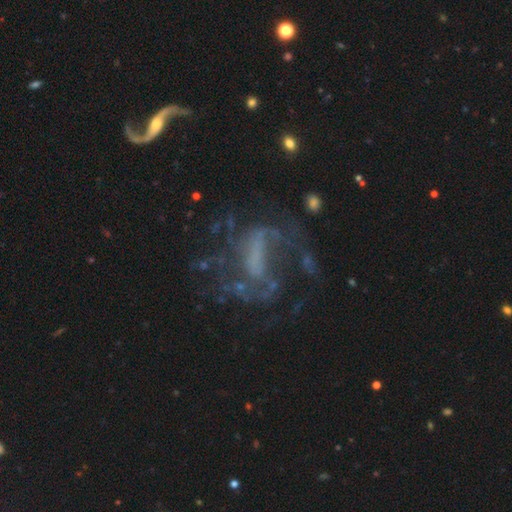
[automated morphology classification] A featured or disk galaxy (71%) with no bar (35%), spiral arms (65%) and no central bulge (62%). Merging: none (39%).